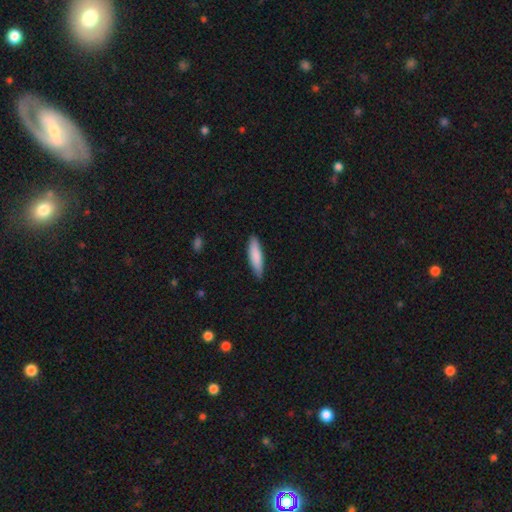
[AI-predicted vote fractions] Smooth or featured? Predicted: smooth (p=0.84). How rounded? Predicted: cigar-shaped (p=0.72). Merging? Predicted: none (p=0.84).